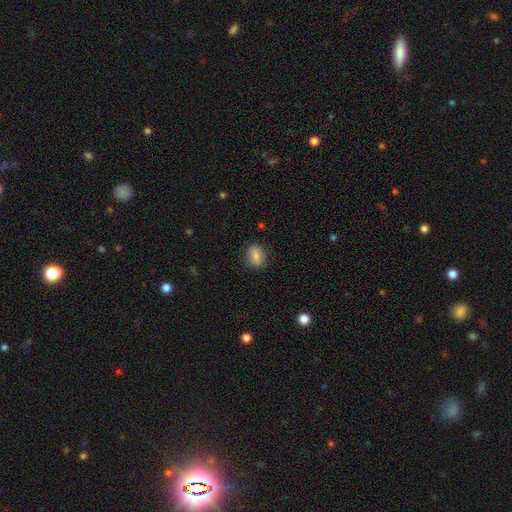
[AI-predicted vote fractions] The model was most divided on "how rounded": in between: 53%, round: 45%, cigar-shaped: 2%. More confident: merging — none (85%); smooth or featured — smooth (80%).